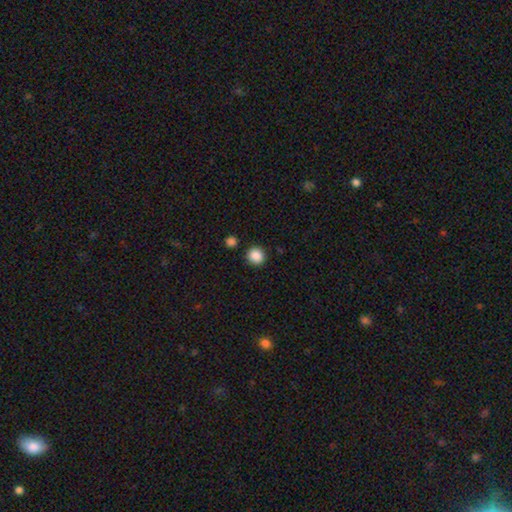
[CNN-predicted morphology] Q: Smooth or featured?
A: smooth (88%); runner-up: star or artifact (9%)
Q: How rounded?
A: round (89%); runner-up: in between (10%)
Q: Merging?
A: none (88%); runner-up: minor disturbance (7%)